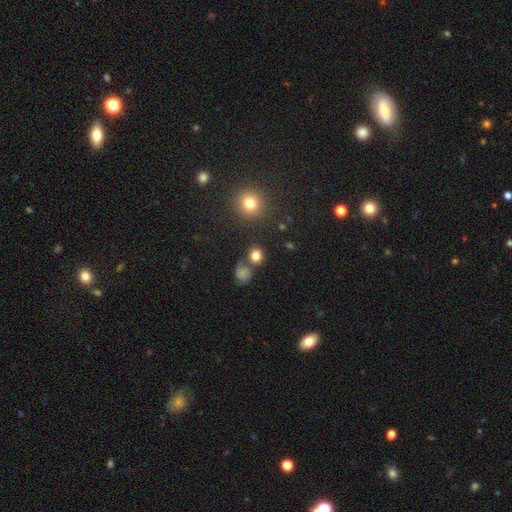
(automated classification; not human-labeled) Smooth or featured?
  - smooth: 77% *
  - star or artifact: 14%
  - featured or disk: 9%
How rounded?
  - round: 83% *
  - in between: 16%
  - cigar-shaped: 1%
Merging?
  - none: 70% *
  - merger: 15%
  - minor disturbance: 11%
  - major disturbance: 4%